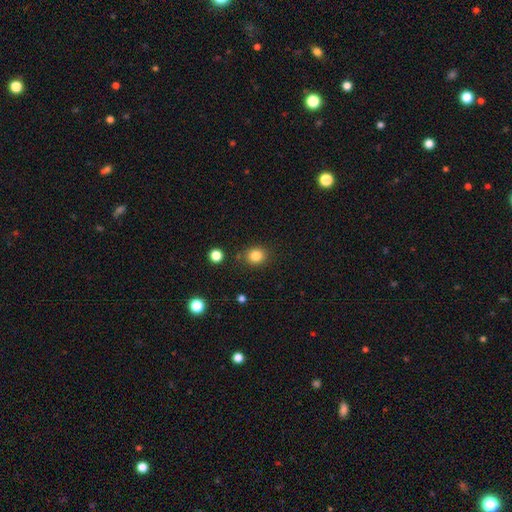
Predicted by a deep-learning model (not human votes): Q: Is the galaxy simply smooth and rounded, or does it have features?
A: smooth — 83%.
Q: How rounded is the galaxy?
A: round — 75%.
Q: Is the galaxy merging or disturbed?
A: none — 83%.